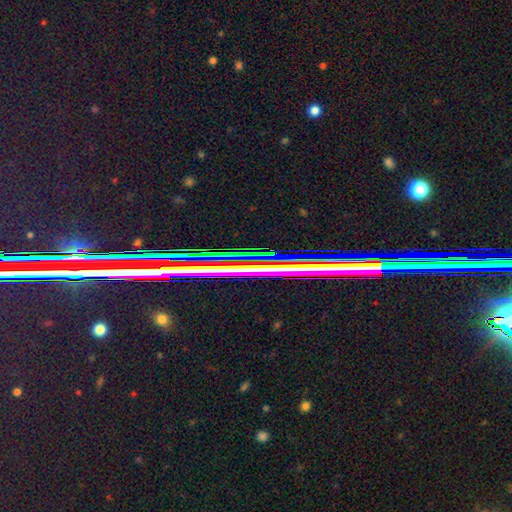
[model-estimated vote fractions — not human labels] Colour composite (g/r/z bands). It shows a star or artifact, not a galaxy (70%).